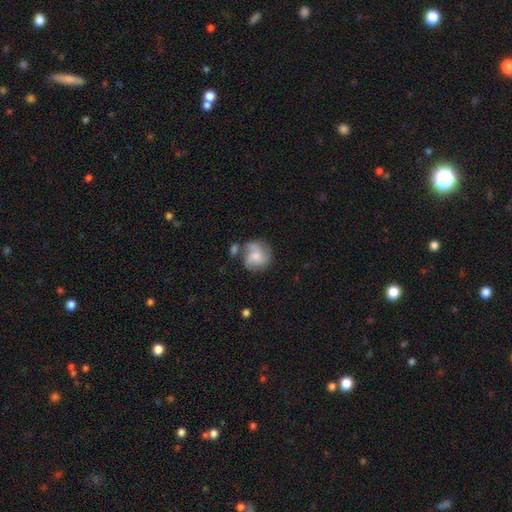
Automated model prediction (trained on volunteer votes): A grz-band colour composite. It shows a featured or disk galaxy (47%). Merging: none (54%).